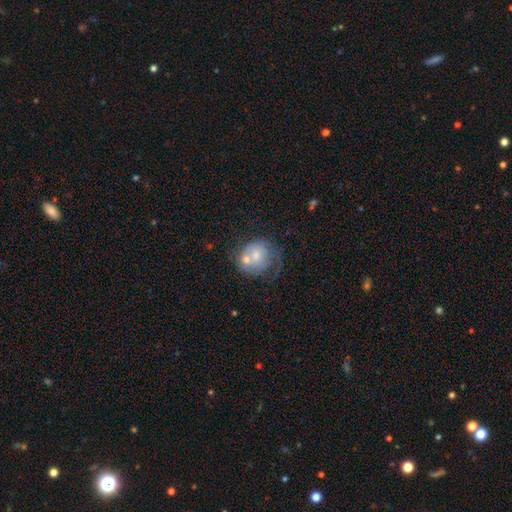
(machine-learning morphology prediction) smooth_or_featured: featured or disk (p=0.48) [alt: smooth p=0.44]
merging: merger (p=0.40) [alt: none p=0.27]